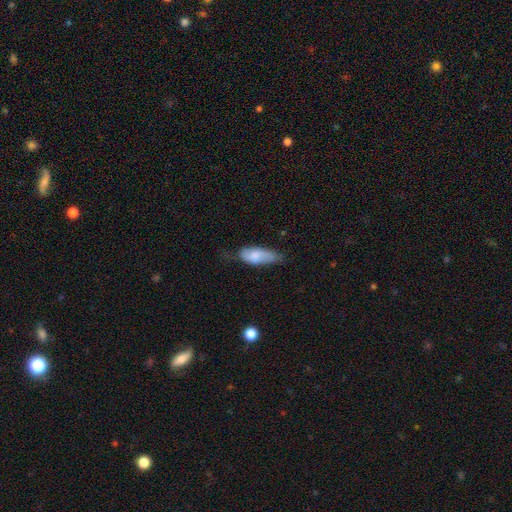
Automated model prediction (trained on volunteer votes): Smooth or featured? Predicted: smooth (p=0.70). How rounded? Predicted: in between (p=0.78). Merging? Predicted: none (p=0.50).